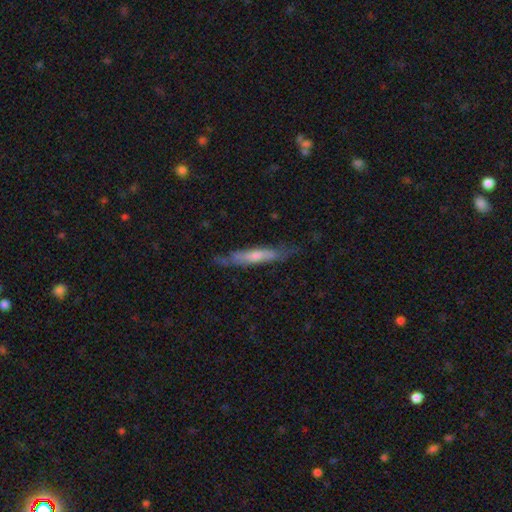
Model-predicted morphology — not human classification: smooth_or_featured: featured or disk (p=0.48) [alt: smooth p=0.46]
merging: none (p=0.69) [alt: minor disturbance p=0.23]